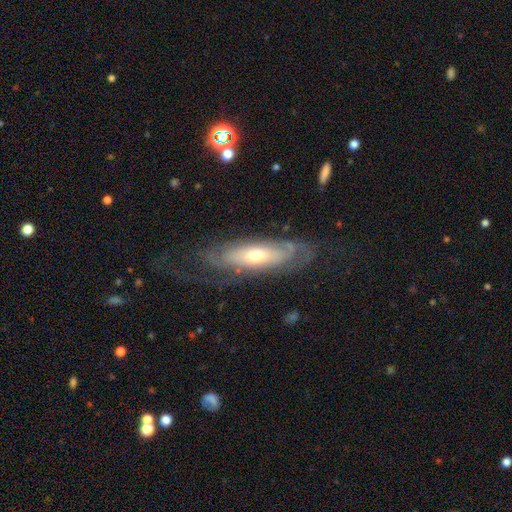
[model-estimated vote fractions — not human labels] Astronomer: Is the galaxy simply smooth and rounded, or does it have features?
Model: featured or disk — 73%.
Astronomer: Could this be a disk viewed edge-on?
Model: no — 76%.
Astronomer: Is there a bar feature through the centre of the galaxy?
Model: no — 73%.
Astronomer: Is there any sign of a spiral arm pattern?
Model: yes — 81%.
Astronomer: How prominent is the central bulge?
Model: moderate — 58%.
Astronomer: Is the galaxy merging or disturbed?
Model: none — 61%.